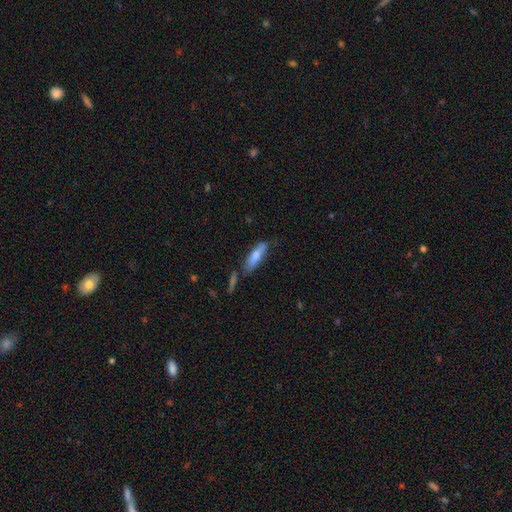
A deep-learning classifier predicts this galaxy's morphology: type=smooth (75%); roundness=cigar-shaped (62%); merging=none (62%).